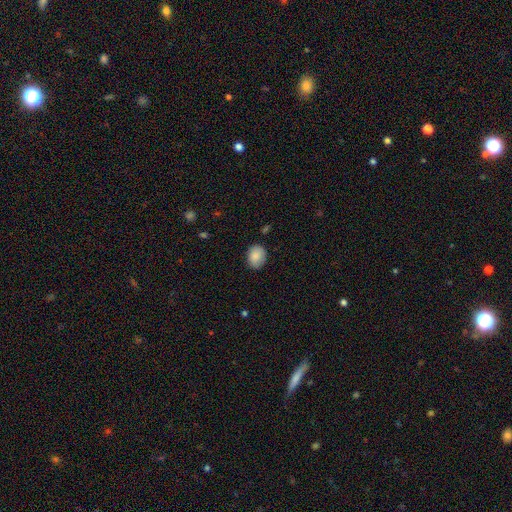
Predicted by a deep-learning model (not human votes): smooth-or-featured: smooth: 88% | star or artifact: 7% | featured or disk: 5%
  how-rounded: in between: 57% | round: 42% | cigar-shaped: 1%
  merging: none: 80% | minor disturbance: 16% | major disturbance: 3% | merger: 1%